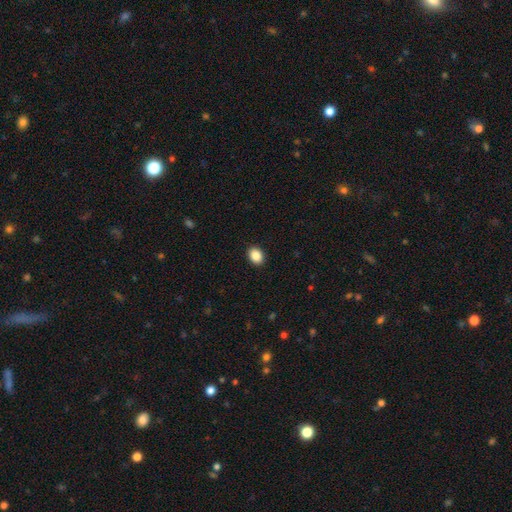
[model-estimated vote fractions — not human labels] smooth-or-featured: smooth: 88% | star or artifact: 8% | featured or disk: 4%
  how-rounded: in between: 62% | round: 37% | cigar-shaped: 1%
  merging: none: 92% | minor disturbance: 6% | major disturbance: 2% | merger: 1%